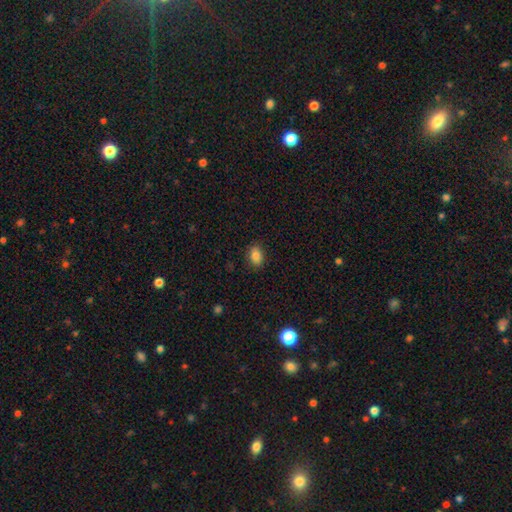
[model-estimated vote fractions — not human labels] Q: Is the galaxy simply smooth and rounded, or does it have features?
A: smooth — 84%.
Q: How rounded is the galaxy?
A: in between — 84%.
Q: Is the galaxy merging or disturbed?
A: none — 87%.